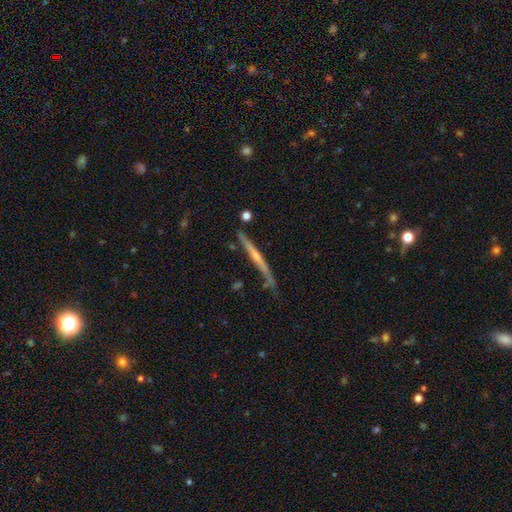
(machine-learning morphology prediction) Smooth or featured: featured or disk — 68% (smooth — 26%)
Edge-on disk: yes — 97% (no — 3%)
Edge-on bulge: rounded — 49% (none — 46%)
Merging: none — 76% (minor disturbance — 17%)